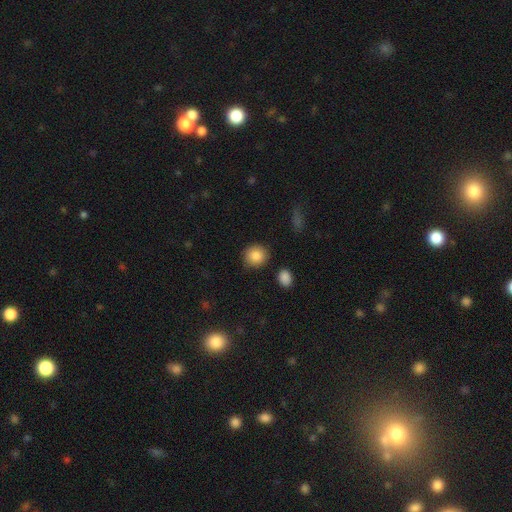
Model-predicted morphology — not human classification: A smooth galaxy with no disk features (87%) that is round (88%).

Vote fractions:
- Smooth or featured? smooth: 87% / star or artifact: 8% / featured or disk: 5%
- How rounded? round: 88% / in between: 11% / cigar-shaped: 1%
- Merging? none: 87% / minor disturbance: 8% / merger: 2% / major disturbance: 2%